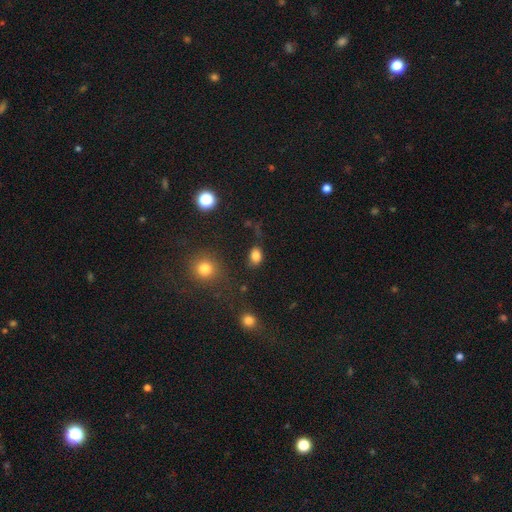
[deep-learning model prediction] smooth 82%, star or artifact 12%, featured or disk 6%. Down the decision tree: how rounded — in between (70%); merging — none (75%).